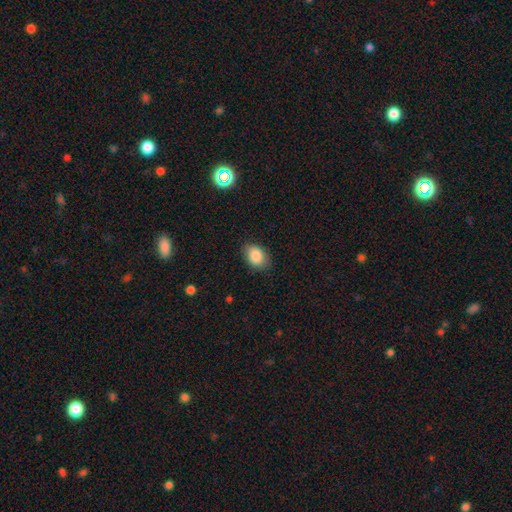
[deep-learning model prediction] smooth 87%, star or artifact 8%, featured or disk 5%. Down the decision tree: how rounded — in between (80%); merging — none (83%).